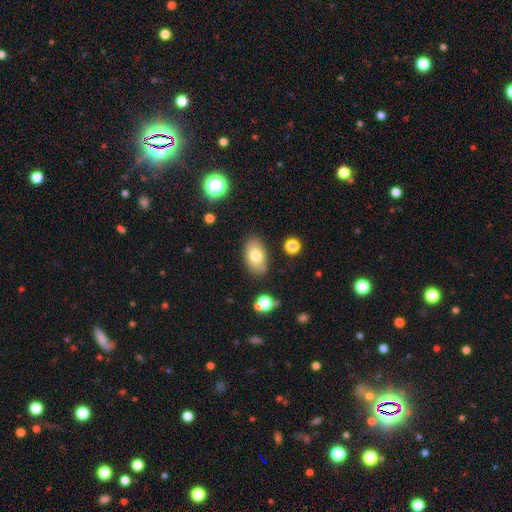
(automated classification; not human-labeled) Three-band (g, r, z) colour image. It shows a smooth galaxy with no disk features (76%) that is in between round and cigar-shaped (90%). Merging: none (82%).